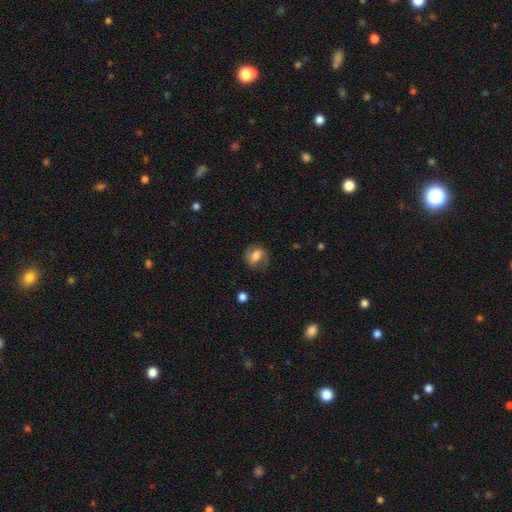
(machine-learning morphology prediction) Smooth or featured: smooth — 46% (featured or disk — 45%)
Merging: none — 69% (minor disturbance — 20%)